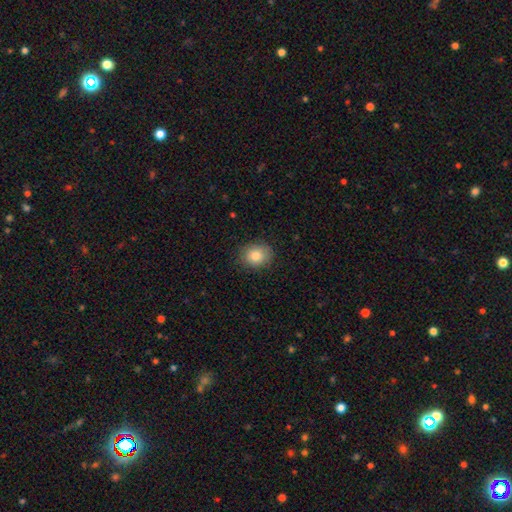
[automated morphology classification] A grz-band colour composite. It shows a smooth galaxy with no disk features (82%) that is round (57%). Merging: none (86%).